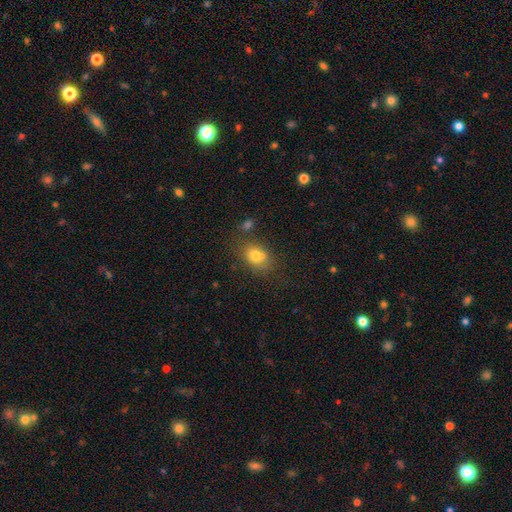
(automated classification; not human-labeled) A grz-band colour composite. It shows a smooth galaxy with no disk features (75%) that is in between round and cigar-shaped (65%). Merging: none (56%).